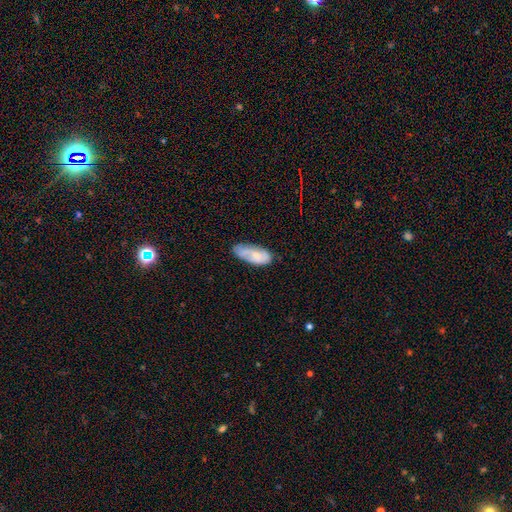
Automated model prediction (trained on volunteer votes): This is likely a smooth galaxy (61%). How rounded: clearly in between (83%). Merging: likely none (63%).